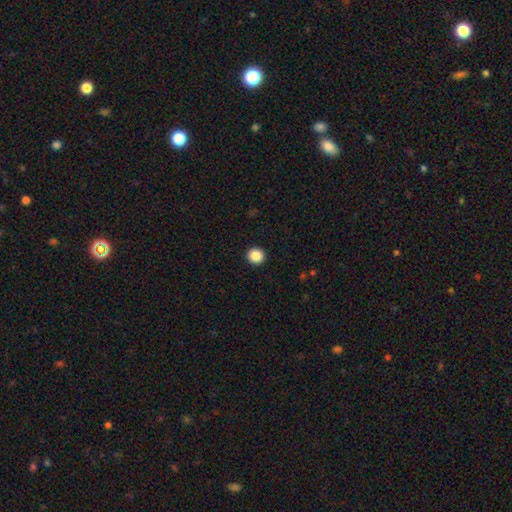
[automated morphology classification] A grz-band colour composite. It shows a smooth galaxy with no disk features (88%) that is round (93%). Merging: none (93%).